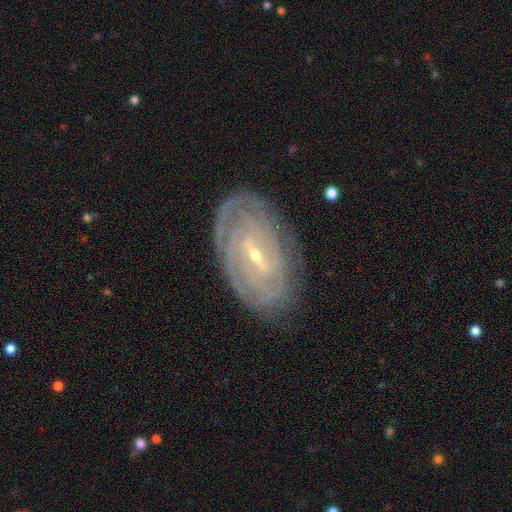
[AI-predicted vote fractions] A featured or disk galaxy (86%) with a weak bar (45%), tight (78%) spiral arms (92%) and a small central bulge (70%). Merging: none (80%).